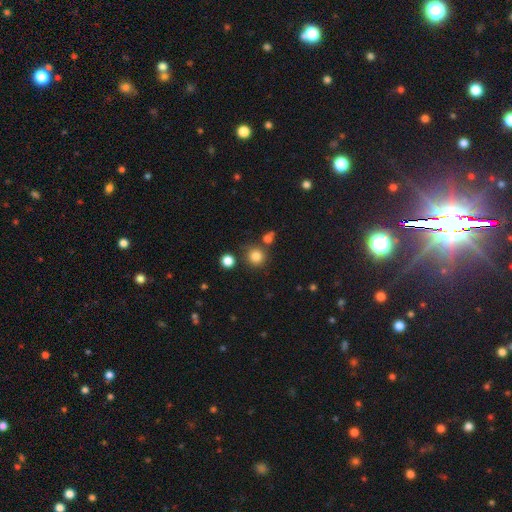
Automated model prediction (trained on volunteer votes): smooth_or_featured: smooth (p=0.83) [alt: star or artifact p=0.13]
how_rounded: round (p=0.92) [alt: in between p=0.07]
merging: none (p=0.79) [alt: minor disturbance p=0.09]